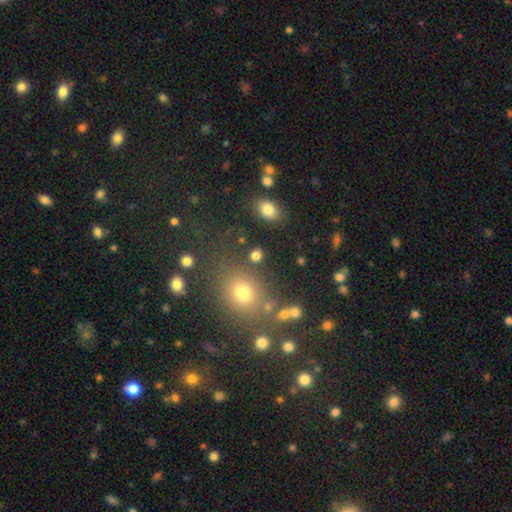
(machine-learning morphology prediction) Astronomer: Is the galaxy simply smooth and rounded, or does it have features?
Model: smooth — 77%.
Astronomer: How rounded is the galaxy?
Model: round — 62%.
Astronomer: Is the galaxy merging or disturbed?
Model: none — 78%.